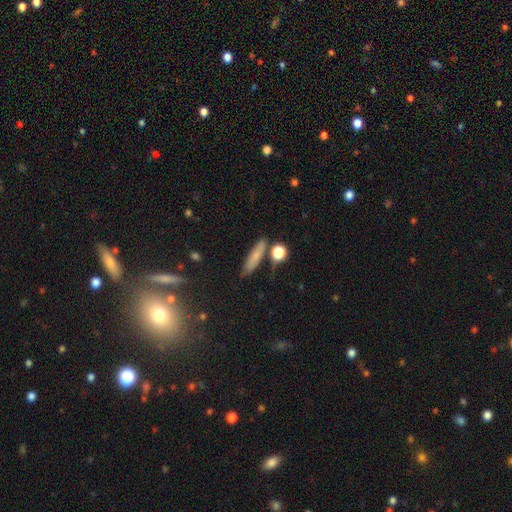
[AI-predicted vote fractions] smooth-or-featured: smooth: 71% | featured or disk: 18% | star or artifact: 10%
  how-rounded: cigar-shaped: 66% | in between: 25% | round: 9%
  merging: none: 72% | minor disturbance: 14% | merger: 9% | major disturbance: 5%